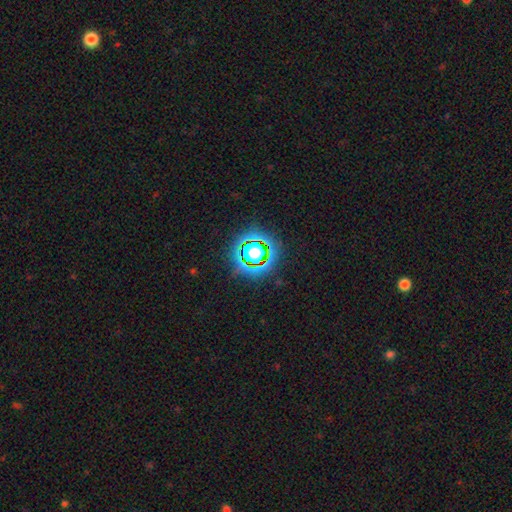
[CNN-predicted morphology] Q: Smooth or featured?
A: star or artifact (76%); runner-up: smooth (15%)